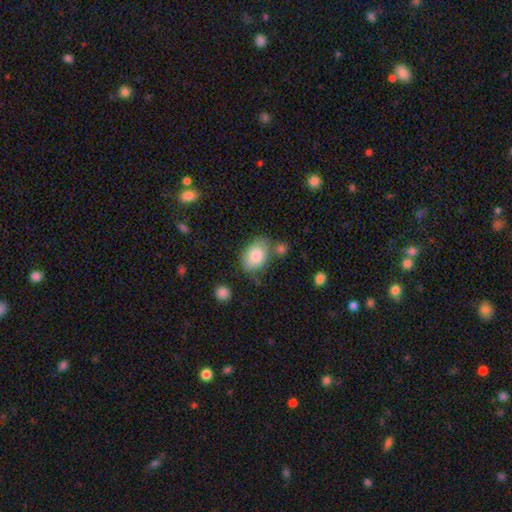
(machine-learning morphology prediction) smooth 83%, featured or disk 10%, star or artifact 7%. Down the decision tree: how rounded — in between (82%); merging — none (60%).